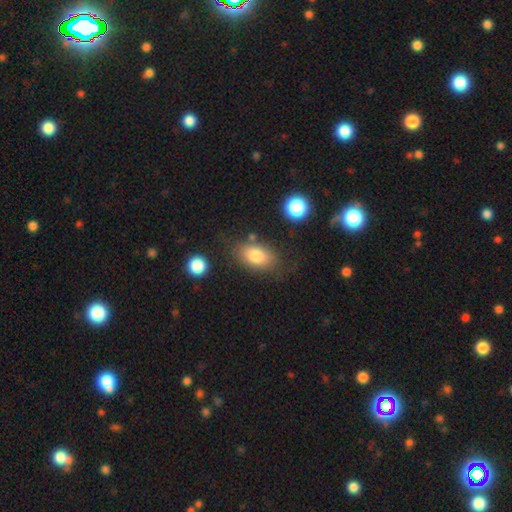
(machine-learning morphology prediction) Smooth or featured? Predicted: smooth (p=0.79). How rounded? Predicted: in between (p=0.87). Merging? Predicted: none (p=0.71).